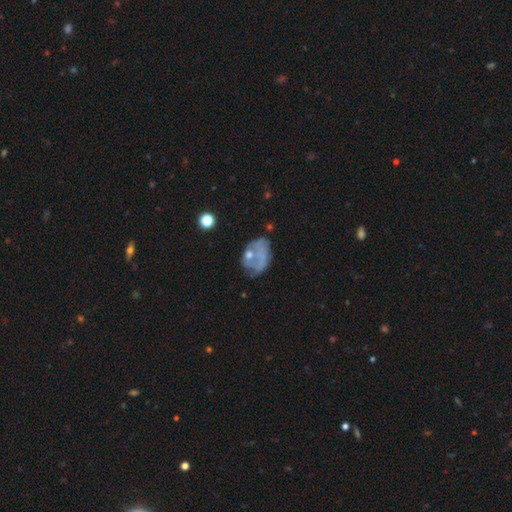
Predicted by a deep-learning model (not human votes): Smooth or featured? Predicted: featured or disk (p=0.54). Edge-on disk? Predicted: no (p=0.98). Bar? Predicted: no (p=0.87). Spiral arms? Predicted: no (p=0.73). Bulge size? Predicted: none (p=0.42). Merging? Predicted: none (p=0.36).